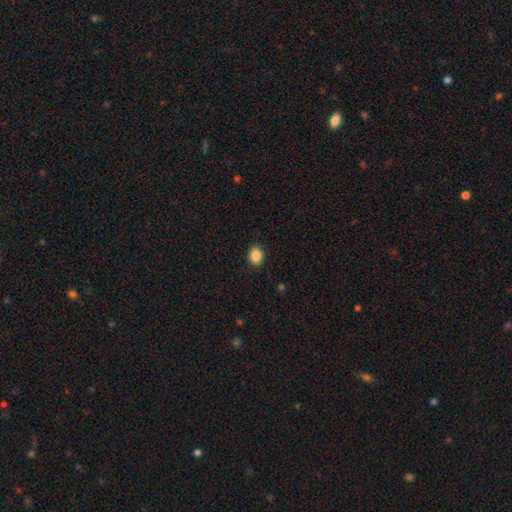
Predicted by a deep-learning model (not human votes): Morphology: type=smooth (87%); roundness=in between (56%); merging=none (90%).